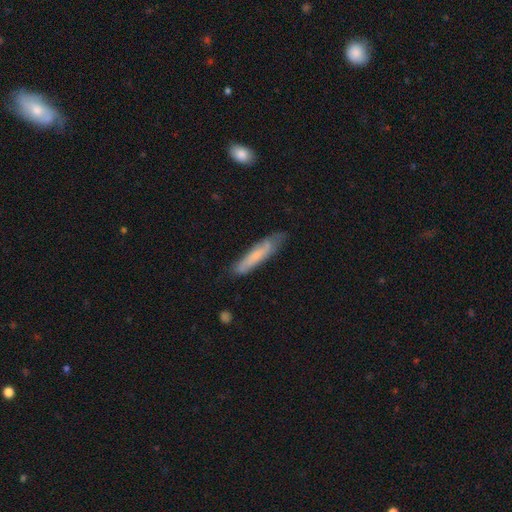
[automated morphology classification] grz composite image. It shows a smooth galaxy with no disk features (60%) that is cigar-shaped (86%). Merging: none (70%).